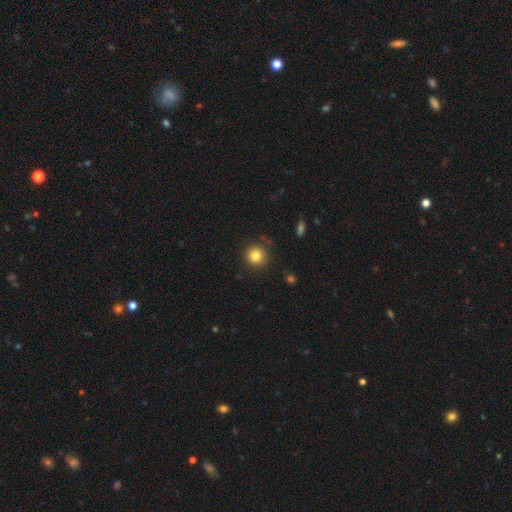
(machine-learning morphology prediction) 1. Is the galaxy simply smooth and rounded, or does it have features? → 83% smooth, 11% star or artifact, 6% featured or disk.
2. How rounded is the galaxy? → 94% round, 5% in between, 1% cigar-shaped.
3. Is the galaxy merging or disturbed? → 89% none, 7% minor disturbance, 2% major disturbance, 2% merger.